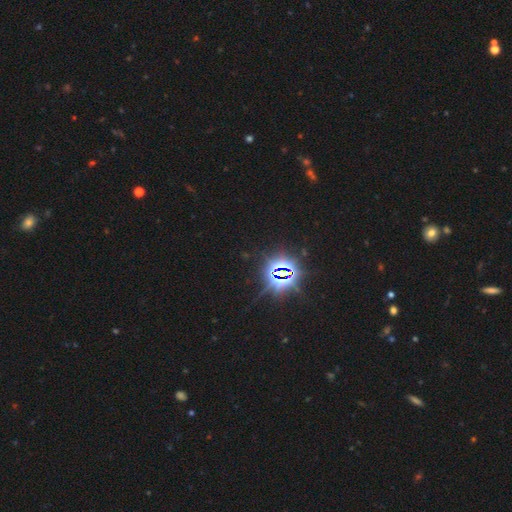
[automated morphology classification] Smooth or featured?
  - star or artifact: 85% *
  - smooth: 9%
  - featured or disk: 6%